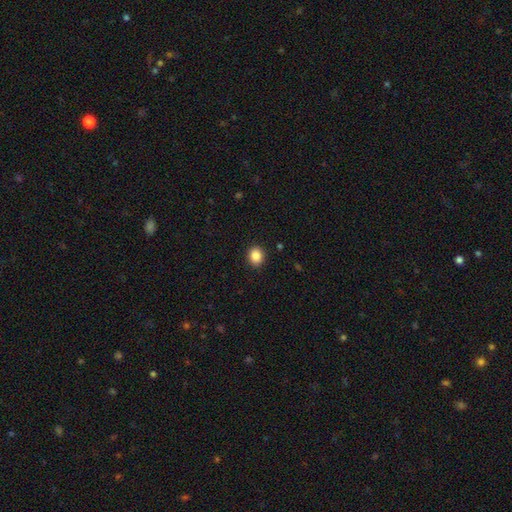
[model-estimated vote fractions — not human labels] This is clearly a smooth galaxy (88%). How rounded: likely round (64%). Merging: clearly none (91%).